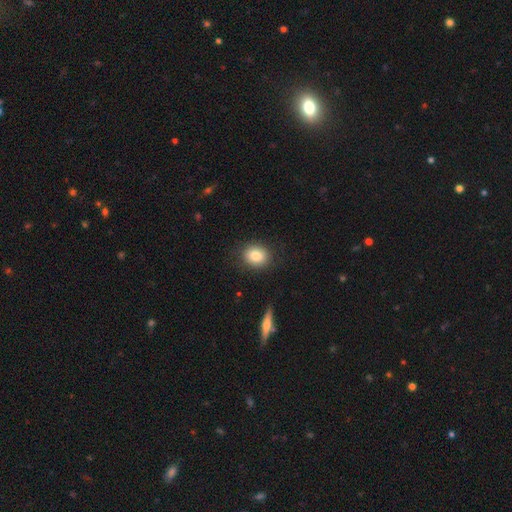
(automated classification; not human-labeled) Q: Smooth or featured?
A: smooth (82%); runner-up: star or artifact (9%)
Q: How rounded?
A: round (62%); runner-up: in between (36%)
Q: Merging?
A: none (87%); runner-up: minor disturbance (9%)